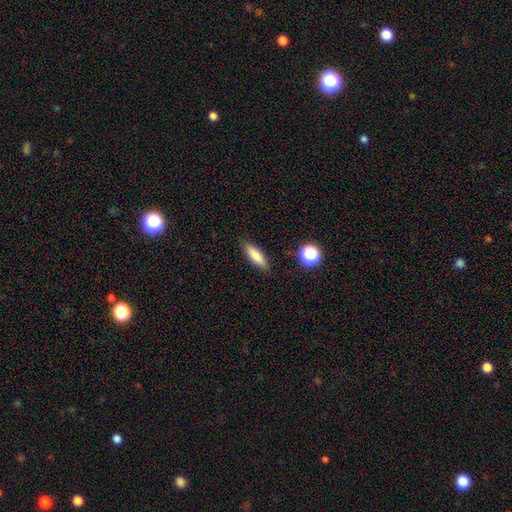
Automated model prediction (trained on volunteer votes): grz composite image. It shows a smooth galaxy with no disk features (81%) that is cigar-shaped (50%). Merging: none (86%).